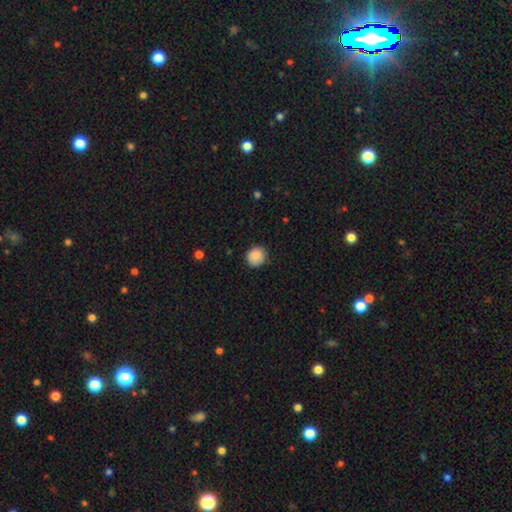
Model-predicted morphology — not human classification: This appears to be a smooth galaxy with no disk features (85%) that is round (91%). Merging: none (86%).